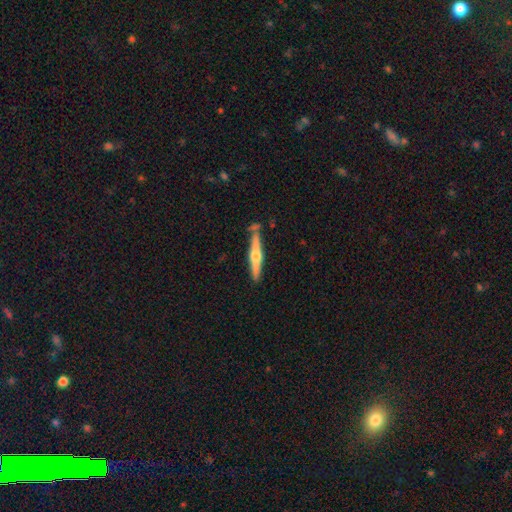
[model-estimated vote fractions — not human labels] Morphology: type=featured or disk (61%); edge-on=yes (96%); edge-on bulge=rounded (91%); merging=none (77%).